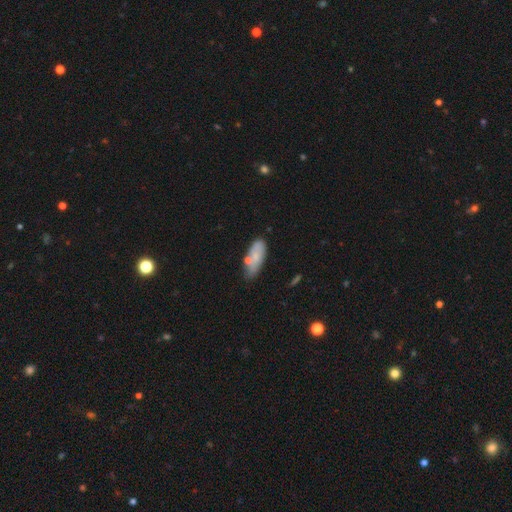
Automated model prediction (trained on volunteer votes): A smooth galaxy with no disk features (70%) that is in between round and cigar-shaped (79%).

Vote fractions:
- Smooth or featured? smooth: 70% / featured or disk: 23% / star or artifact: 7%
- How rounded? in between: 79% / cigar-shaped: 19% / round: 3%
- Merging? none: 57% / minor disturbance: 24% / merger: 13% / major disturbance: 6%